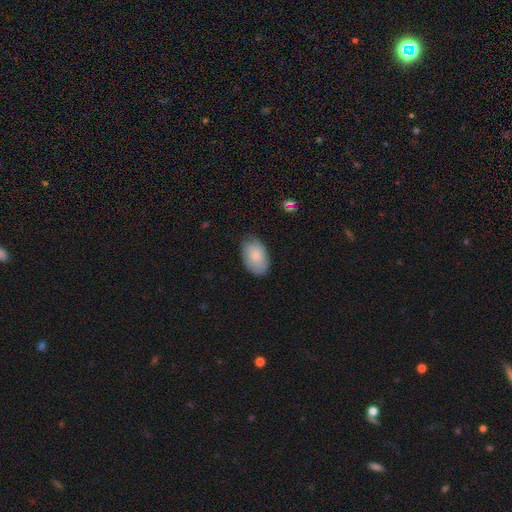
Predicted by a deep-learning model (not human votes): Smooth or featured? smooth (74%)
How rounded? in between (91%)
Merging? none (77%)